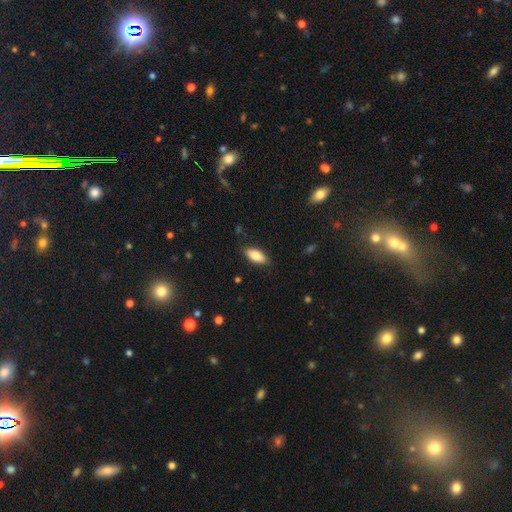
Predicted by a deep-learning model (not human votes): A smooth galaxy with no disk features (83%) that is in between round and cigar-shaped (89%).

Vote fractions:
- Smooth or featured? smooth: 83% / featured or disk: 11% / star or artifact: 7%
- How rounded? in between: 89% / cigar-shaped: 9% / round: 2%
- Merging? none: 84% / minor disturbance: 12% / major disturbance: 2% / merger: 1%